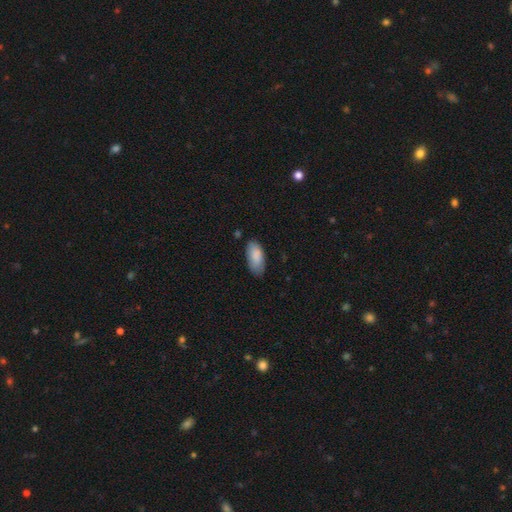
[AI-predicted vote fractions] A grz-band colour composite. It shows a smooth galaxy with no disk features (87%) that is in between round and cigar-shaped (91%). Merging: none (73%).